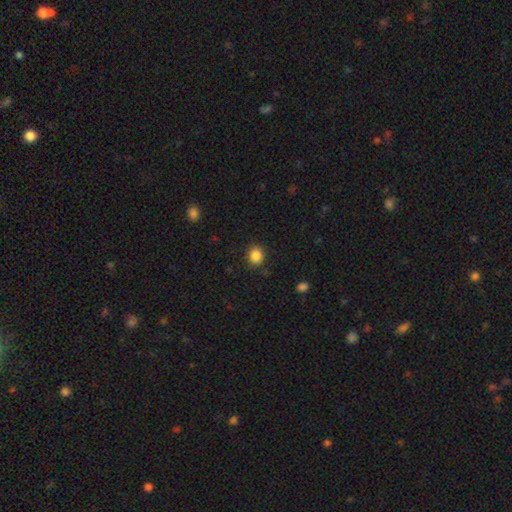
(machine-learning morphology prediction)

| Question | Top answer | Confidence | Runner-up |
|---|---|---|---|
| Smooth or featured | smooth | 87% | star or artifact (10%) |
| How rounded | round | 73% | in between (26%) |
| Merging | none | 88% | minor disturbance (8%) |